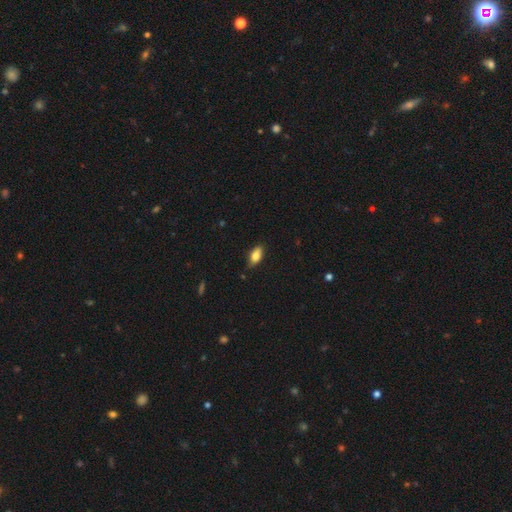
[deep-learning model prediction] This is clearly a smooth galaxy (82%). How rounded: clearly in between (89%). Merging: likely none (80%).